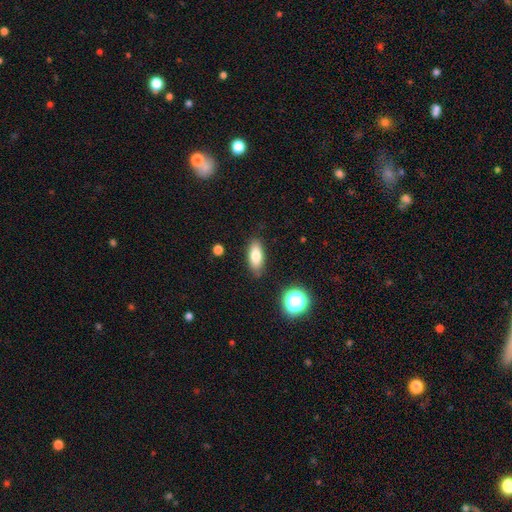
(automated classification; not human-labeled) Morphology: type=smooth (80%); roundness=in between (80%); merging=none (85%).